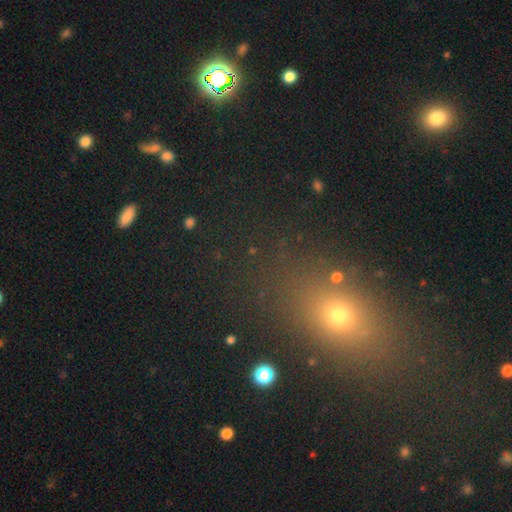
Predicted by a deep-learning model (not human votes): Overall: smooth (51%; star or artifact 38%). How rounded: in between (54%; round 37%). Merging: none (83%).